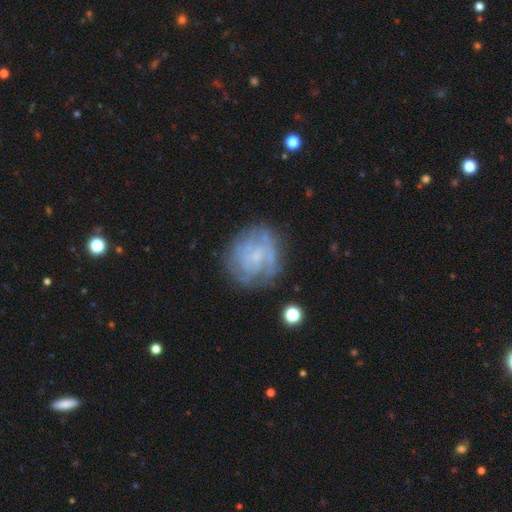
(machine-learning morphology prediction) The model was most divided on "bulge size": small: 54%, none: 29%, moderate: 15%, large: 1%, dominant: 1%. More confident: edge-on disk — no (98%); spiral arms — yes (77%); smooth or featured — featured or disk (70%); merging — none (69%); bar — no (61%); spiral winding — tight (57%); spiral arm count — can't tell (50%).